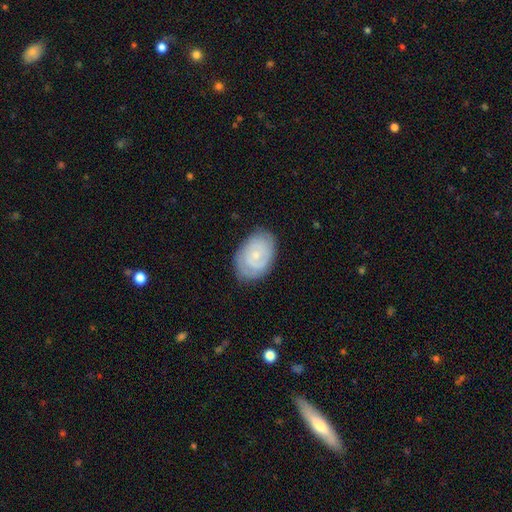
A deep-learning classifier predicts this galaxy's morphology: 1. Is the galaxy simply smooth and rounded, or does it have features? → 62% featured or disk, 32% smooth, 6% star or artifact.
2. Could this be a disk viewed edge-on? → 96% no, 4% yes.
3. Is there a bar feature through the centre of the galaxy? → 72% no, 25% weak, 4% strong.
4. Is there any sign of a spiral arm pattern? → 83% yes, 17% no.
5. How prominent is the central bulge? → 73% small, 21% moderate, 3% none, 1% large, 1% dominant.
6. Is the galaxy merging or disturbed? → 78% none, 17% minor disturbance, 4% major disturbance, 1% merger.